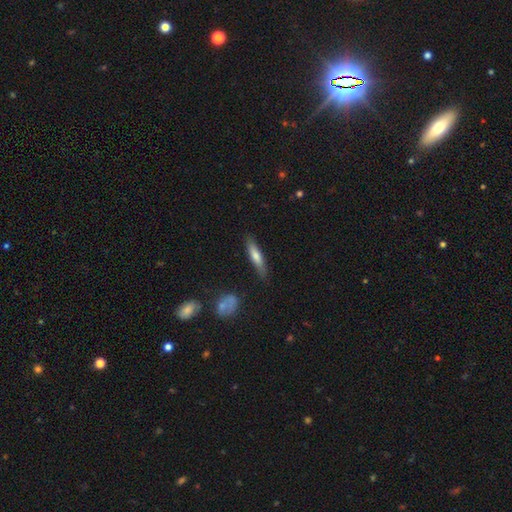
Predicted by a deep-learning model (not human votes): Overall: smooth (61%; featured or disk 32%). How rounded: cigar-shaped (84%). Merging: none (82%).